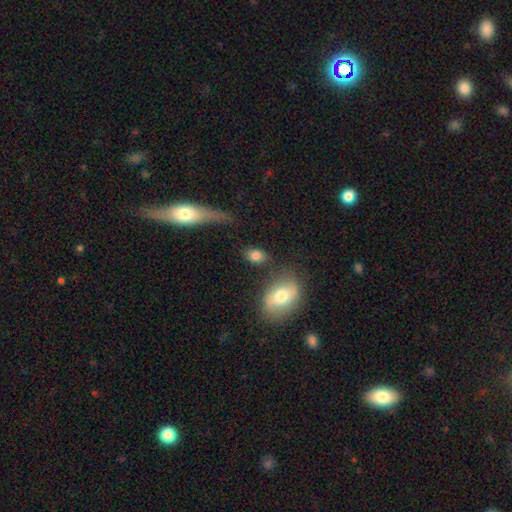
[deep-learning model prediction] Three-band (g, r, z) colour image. It shows a smooth galaxy with no disk features (80%) that is in between round and cigar-shaped (80%). Merging: none (70%).